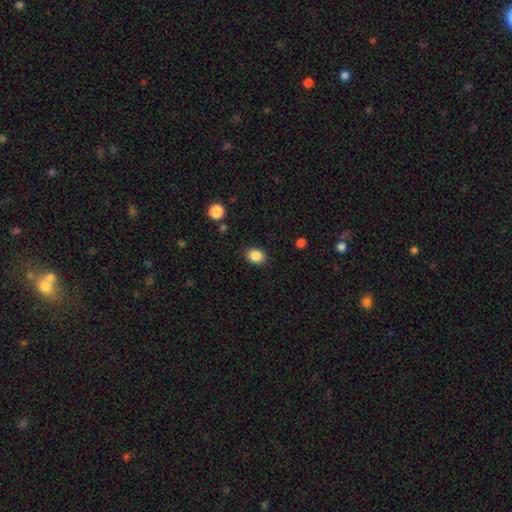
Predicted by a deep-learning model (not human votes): Smooth or featured: smooth — 87% (star or artifact — 9%)
How rounded: in between — 58% (round — 41%)
Merging: none — 87% (minor disturbance — 9%)